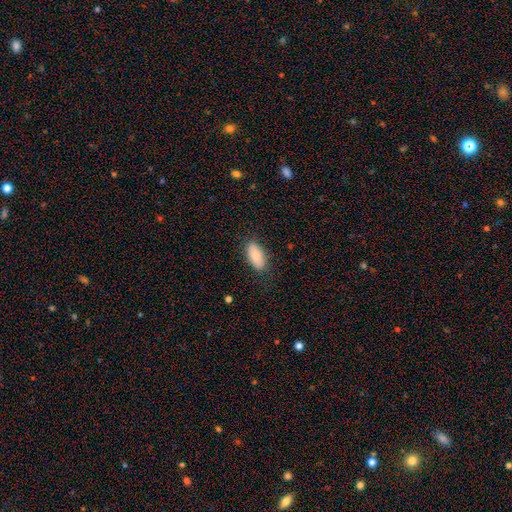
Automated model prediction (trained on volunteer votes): Morphology: type=smooth (83%); roundness=in between (90%); merging=none (84%).